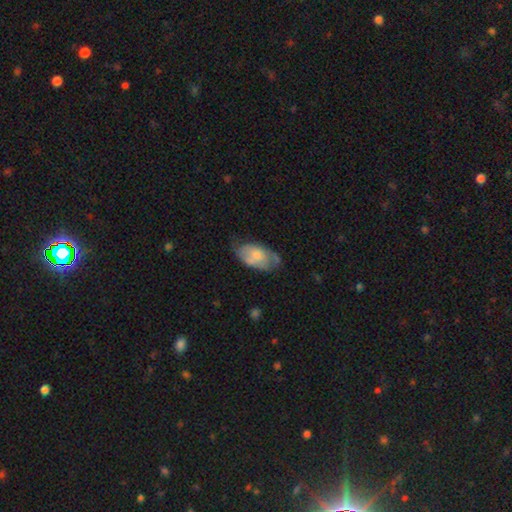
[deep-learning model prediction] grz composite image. It shows a smooth galaxy with no disk features (54%) that is in between round and cigar-shaped (93%). Merging: none (48%).